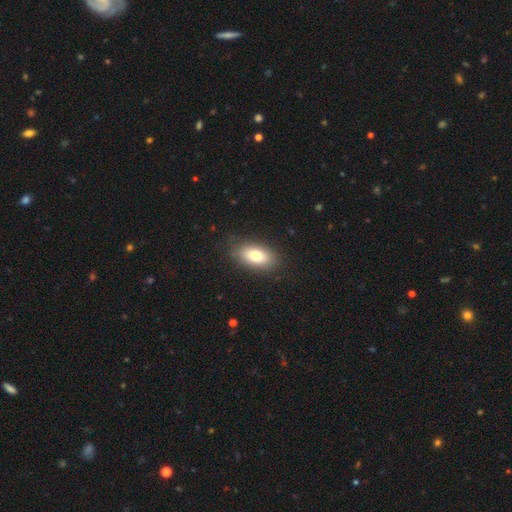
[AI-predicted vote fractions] smooth_or_featured: smooth (p=0.79) [alt: featured or disk p=0.14]
how_rounded: in between (p=0.89) [alt: cigar-shaped p=0.05]
merging: none (p=0.85) [alt: minor disturbance p=0.11]